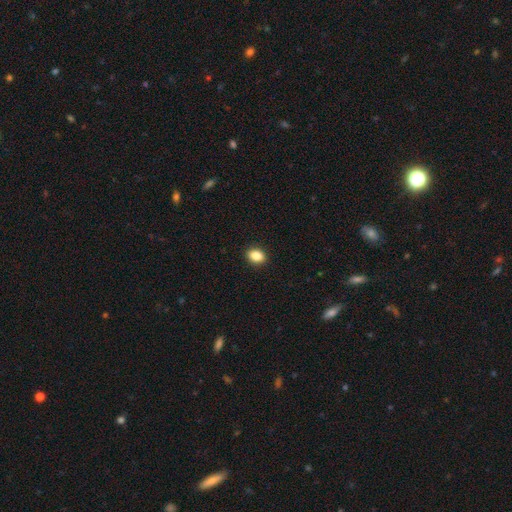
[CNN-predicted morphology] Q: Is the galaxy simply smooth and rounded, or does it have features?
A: smooth — 86%.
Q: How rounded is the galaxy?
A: in between — 70%.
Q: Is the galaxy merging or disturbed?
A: none — 91%.